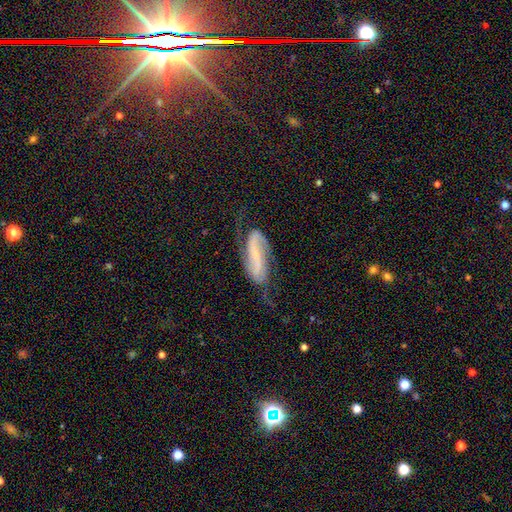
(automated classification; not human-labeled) Smooth or featured?
  - featured or disk: 76% *
  - smooth: 15%
  - star or artifact: 9%
Edge-on disk?
  - no: 92% *
  - yes: 8%
Bar?
  - strong: 39% *
  - weak: 33%
  - no: 28%
Spiral arms?
  - yes: 95% *
  - no: 5%
Spiral winding?
  - medium: 41% *
  - loose: 38%
  - tight: 21%
Spiral arm count?
  - 2: 89% *
  - can't tell: 5%
  - 1: 3%
  - 3: 1%
  - 4: 1%
  - more than 4: 1%
Bulge size?
  - small: 57% *
  - none: 27%
  - moderate: 12%
  - large: 2%
  - dominant: 2%
Merging?
  - none: 62% *
  - minor disturbance: 22%
  - major disturbance: 14%
  - merger: 2%